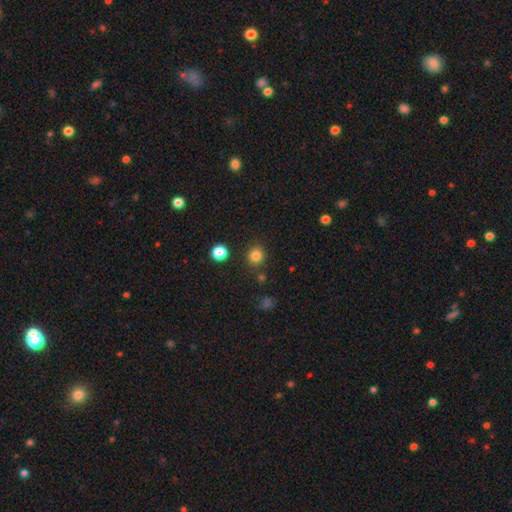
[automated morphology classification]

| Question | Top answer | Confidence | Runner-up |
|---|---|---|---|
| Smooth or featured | smooth | 82% | star or artifact (13%) |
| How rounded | round | 90% | in between (9%) |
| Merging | none | 87% | minor disturbance (7%) |